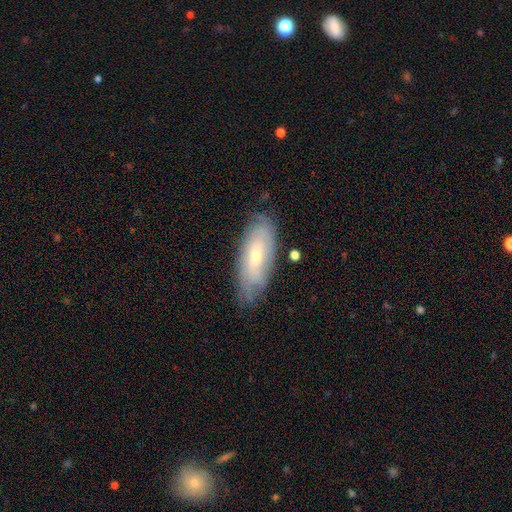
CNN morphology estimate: The model was most divided on "smooth or featured": featured or disk: 51%, smooth: 41%, star or artifact: 7%. More confident: edge-on disk — no (78%); merging — none (76%).